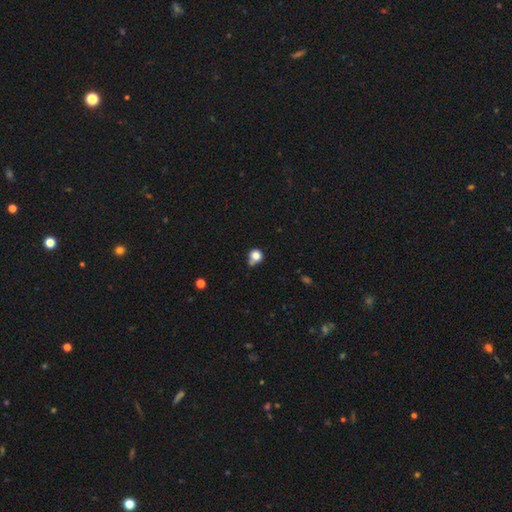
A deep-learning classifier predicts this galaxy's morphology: smooth-or-featured: smooth: 80% | star or artifact: 12% | featured or disk: 8%
  how-rounded: round: 84% | in between: 15% | cigar-shaped: 1%
  merging: none: 50% | minor disturbance: 26% | merger: 15% | major disturbance: 9%